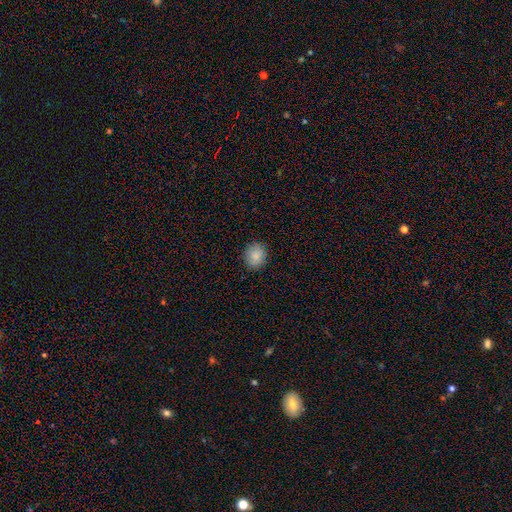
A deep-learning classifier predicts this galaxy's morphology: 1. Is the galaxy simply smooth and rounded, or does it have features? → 86% smooth, 9% star or artifact, 5% featured or disk.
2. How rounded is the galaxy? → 71% round, 28% in between, 1% cigar-shaped.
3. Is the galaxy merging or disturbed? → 89% none, 8% minor disturbance, 2% major disturbance, 1% merger.